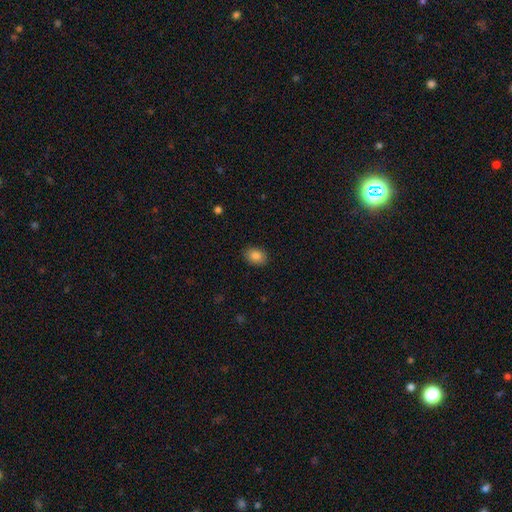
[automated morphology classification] Smooth or featured: smooth — 86% (star or artifact — 9%)
How rounded: in between — 70% (round — 29%)
Merging: none — 88% (minor disturbance — 9%)